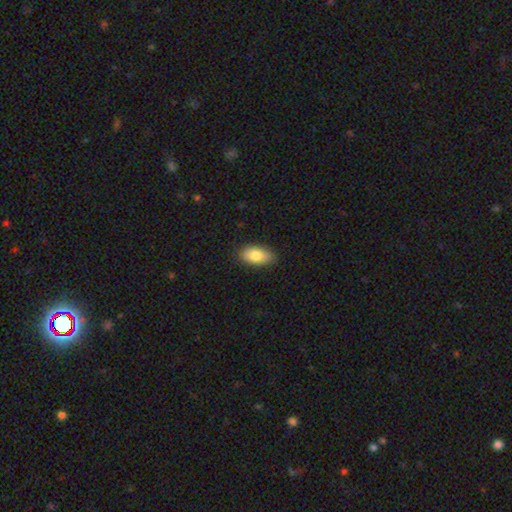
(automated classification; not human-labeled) A smooth galaxy with no disk features (83%) that is in between round and cigar-shaped (92%).

Vote fractions:
- Smooth or featured? smooth: 83% / featured or disk: 10% / star or artifact: 7%
- How rounded? in between: 92% / cigar-shaped: 4% / round: 4%
- Merging? none: 82% / minor disturbance: 15% / major disturbance: 2% / merger: 1%